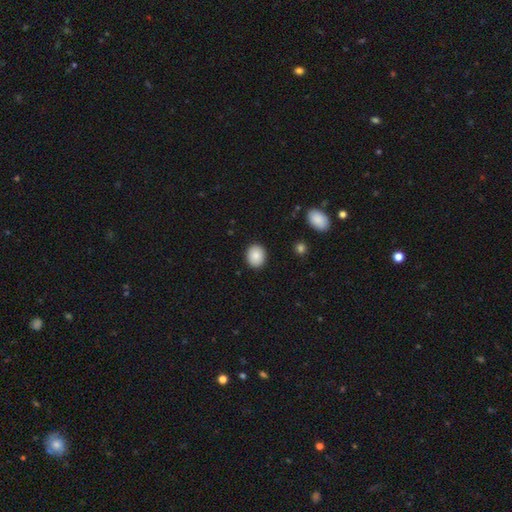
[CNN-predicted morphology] A smooth galaxy with no disk features (87%) that is round (66%).

Vote fractions:
- Smooth or featured? smooth: 87% / star or artifact: 8% / featured or disk: 5%
- How rounded? round: 66% / in between: 33% / cigar-shaped: 1%
- Merging? none: 91% / minor disturbance: 6% / major disturbance: 2% / merger: 1%